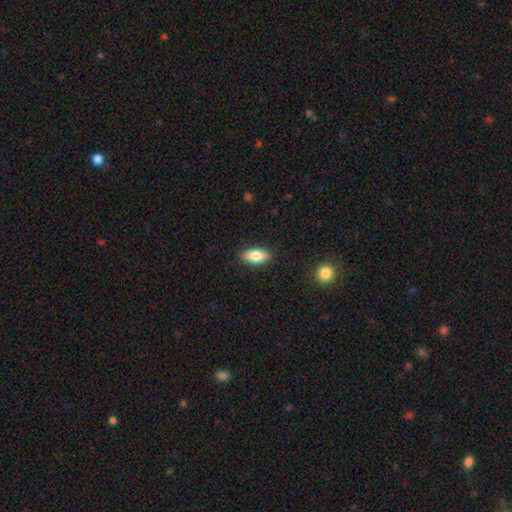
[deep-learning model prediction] smooth_or_featured: smooth (p=0.82) [alt: featured or disk p=0.11]
how_rounded: in between (p=0.88) [alt: cigar-shaped p=0.08]
merging: none (p=0.89) [alt: minor disturbance p=0.08]